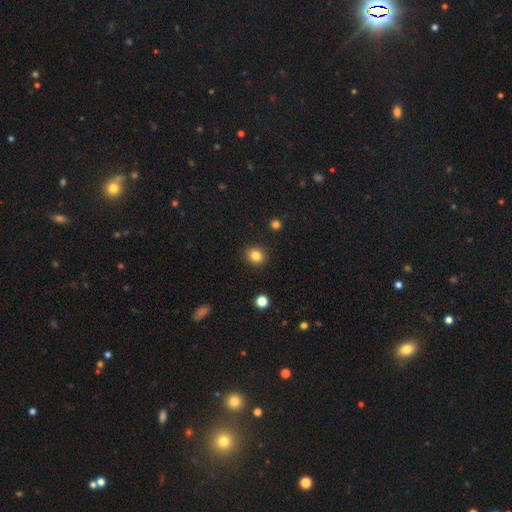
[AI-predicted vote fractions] A smooth galaxy with no disk features (83%) that is round (74%). Merging: none (90%).